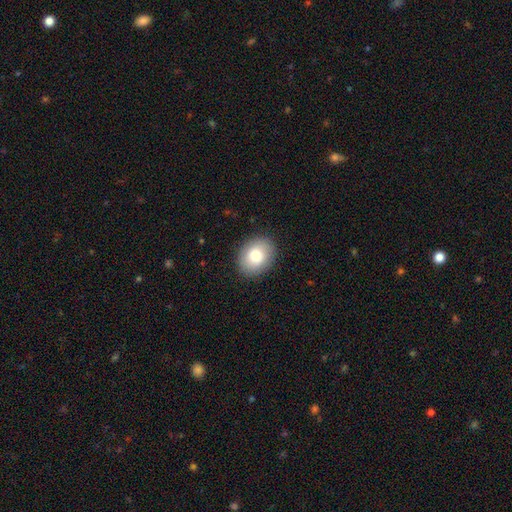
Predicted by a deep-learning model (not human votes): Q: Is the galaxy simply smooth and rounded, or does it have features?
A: smooth — 81%.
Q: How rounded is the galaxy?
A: in between — 60%.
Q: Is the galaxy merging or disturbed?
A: none — 88%.